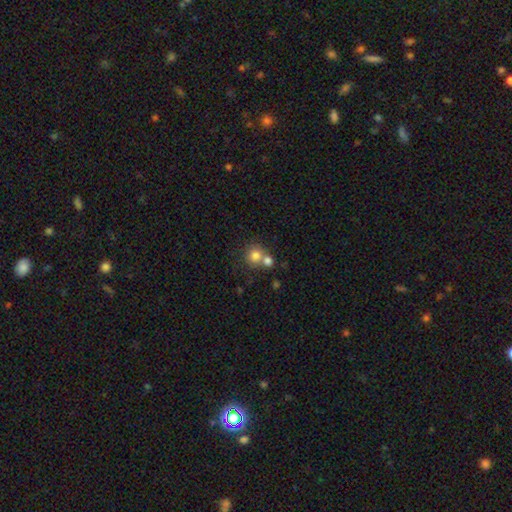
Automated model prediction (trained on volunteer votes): smooth-or-featured: smooth: 78% | star or artifact: 11% | featured or disk: 10%
  how-rounded: round: 87% | in between: 12% | cigar-shaped: 1%
  merging: none: 49% | merger: 41% | minor disturbance: 7% | major disturbance: 3%